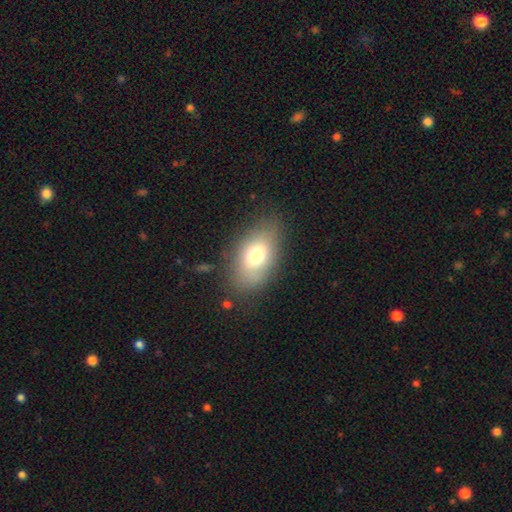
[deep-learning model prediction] Smooth or featured?
  - smooth: 71% *
  - featured or disk: 18%
  - star or artifact: 10%
How rounded?
  - in between: 87% *
  - round: 10%
  - cigar-shaped: 2%
Merging?
  - none: 78% *
  - minor disturbance: 14%
  - major disturbance: 6%
  - merger: 2%